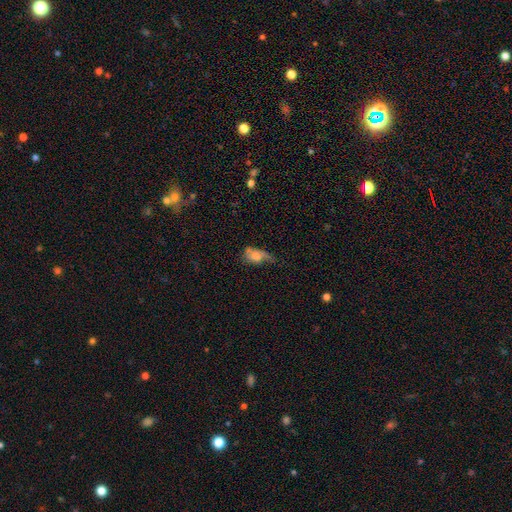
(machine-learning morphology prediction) Smooth or featured?
  - smooth: 61% *
  - featured or disk: 29%
  - star or artifact: 10%
How rounded?
  - in between: 81% *
  - round: 14%
  - cigar-shaped: 5%
Merging?
  - major disturbance: 36% *
  - minor disturbance: 31%
  - none: 24%
  - merger: 9%